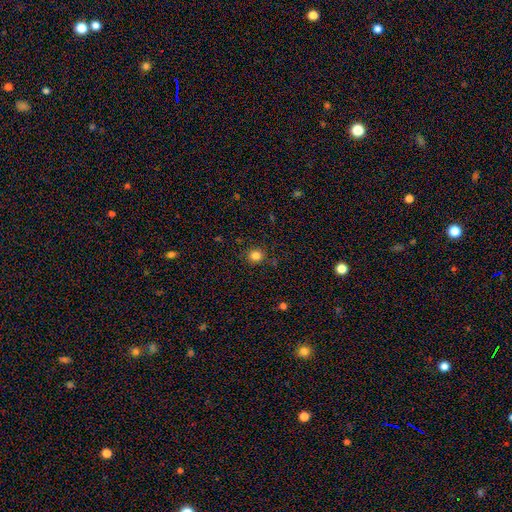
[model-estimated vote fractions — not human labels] This is clearly a smooth galaxy (83%). How rounded: clearly round (86%). Merging: clearly none (88%).